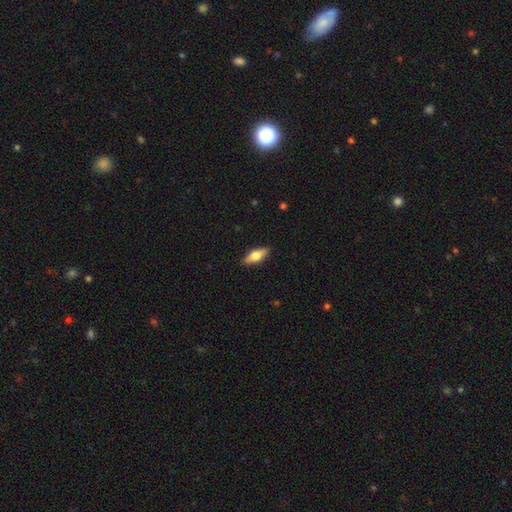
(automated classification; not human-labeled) smooth 56%, featured or disk 38%, star or artifact 6%. Down the decision tree: how rounded — in between (64%); merging — none (89%).